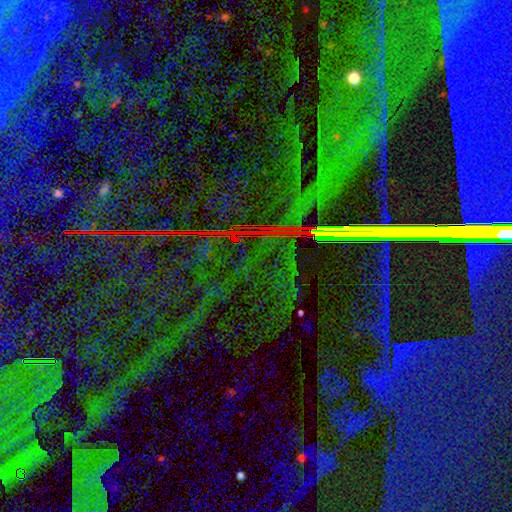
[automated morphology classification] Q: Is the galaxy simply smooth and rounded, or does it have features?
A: star or artifact — 81%.